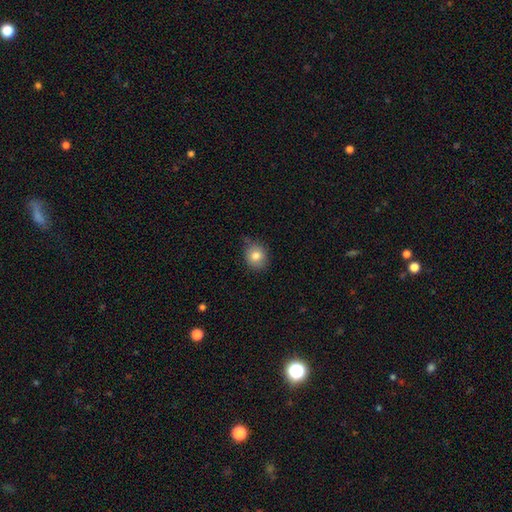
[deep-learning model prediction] Smooth or featured?
  - smooth: 81% *
  - star or artifact: 10%
  - featured or disk: 9%
How rounded?
  - round: 74% *
  - in between: 25%
  - cigar-shaped: 1%
Merging?
  - none: 77% *
  - minor disturbance: 18%
  - major disturbance: 3%
  - merger: 2%